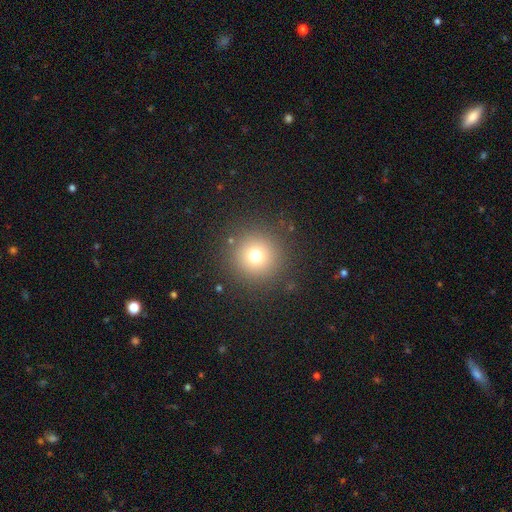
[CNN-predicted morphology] This appears to be a smooth galaxy with no disk features (73%) that is round (96%). Merging: none (88%).